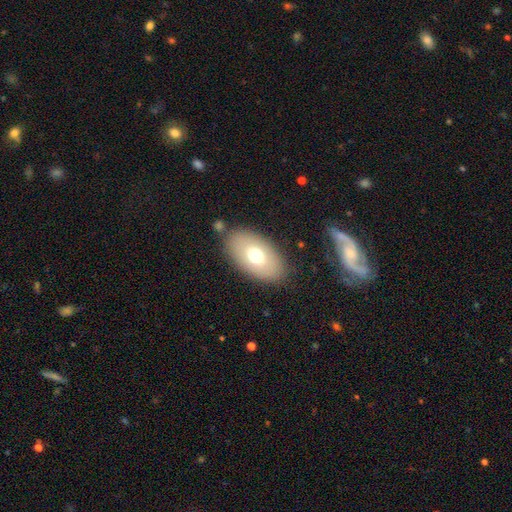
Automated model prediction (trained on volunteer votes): This appears to be a smooth galaxy with no disk features (68%) that is in between round and cigar-shaped (93%). Merging: none (82%).